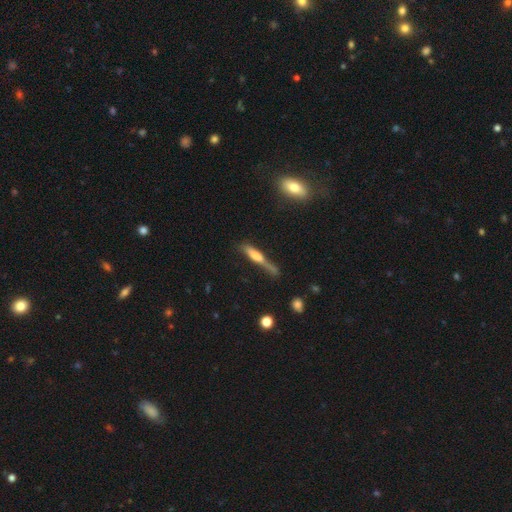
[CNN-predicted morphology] Q: Smooth or featured?
A: smooth (49%); runner-up: featured or disk (43%)
Q: Merging?
A: none (48%); runner-up: minor disturbance (28%)